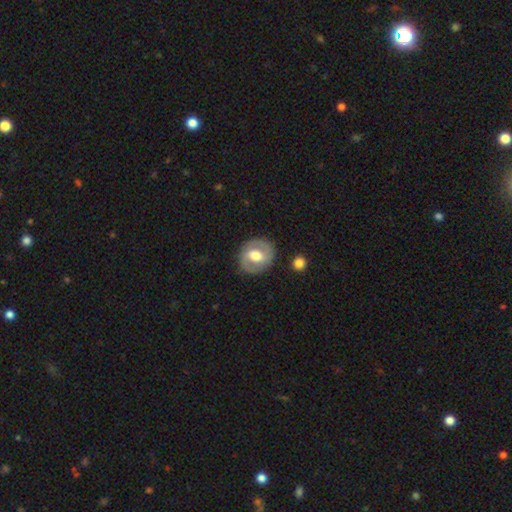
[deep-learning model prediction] smooth_or_featured: featured or disk (p=0.62) [alt: smooth p=0.33]
disk_edge_on: no (p=0.97) [alt: yes p=0.03]
bar: weak (p=0.45) [alt: no p=0.33]
has_spiral_arms: yes (p=0.63) [alt: no p=0.37]
bulge_size: moderate (p=0.69) [alt: large p=0.23]
merging: none (p=0.85) [alt: minor disturbance p=0.10]